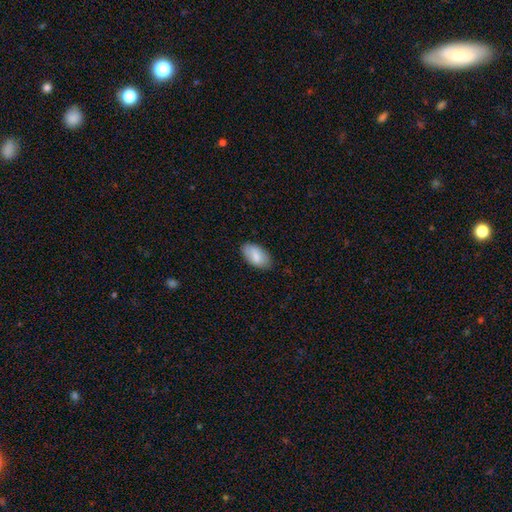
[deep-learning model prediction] Q: Smooth or featured?
A: smooth (81%); runner-up: featured or disk (13%)
Q: How rounded?
A: in between (95%); runner-up: round (3%)
Q: Merging?
A: none (82%); runner-up: minor disturbance (14%)